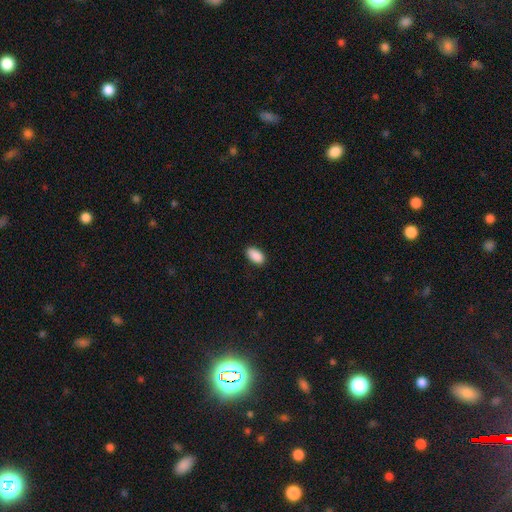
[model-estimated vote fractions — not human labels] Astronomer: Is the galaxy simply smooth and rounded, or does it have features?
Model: smooth — 90%.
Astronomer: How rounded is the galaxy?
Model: in between — 94%.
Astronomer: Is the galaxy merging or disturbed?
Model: none — 86%.